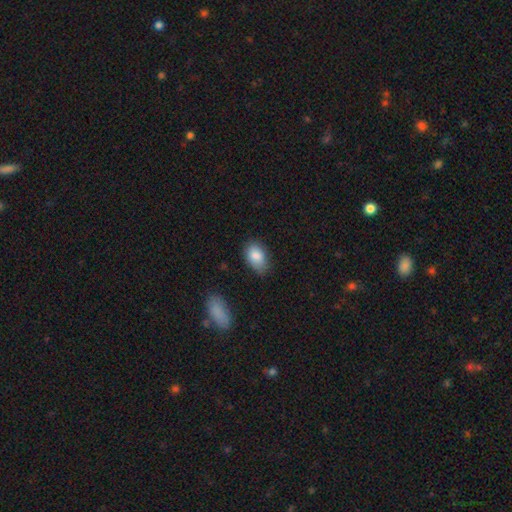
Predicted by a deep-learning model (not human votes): smooth 85%, star or artifact 7%, featured or disk 7%. Down the decision tree: how rounded — in between (89%); merging — none (71%).